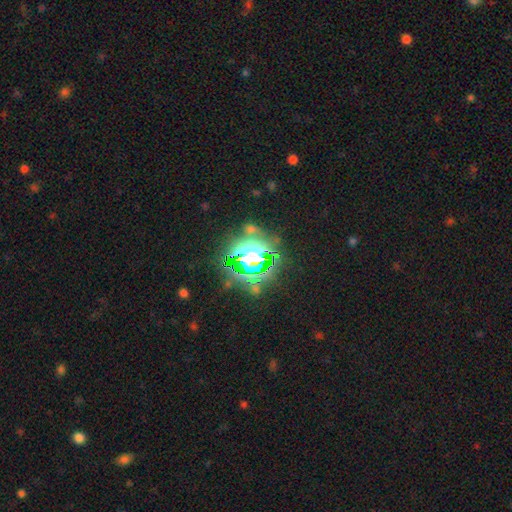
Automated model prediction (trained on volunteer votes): Q: Smooth or featured?
A: star or artifact (79%); runner-up: smooth (13%)